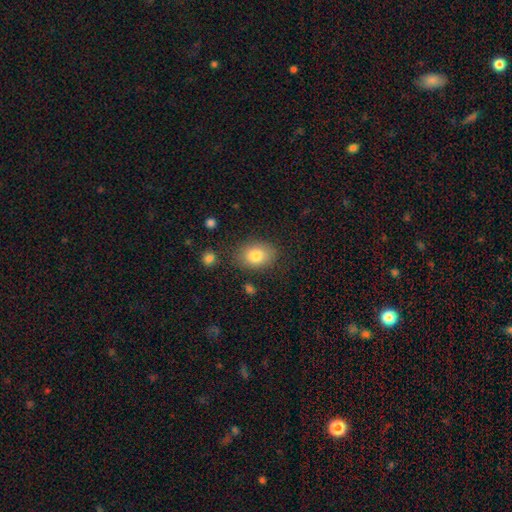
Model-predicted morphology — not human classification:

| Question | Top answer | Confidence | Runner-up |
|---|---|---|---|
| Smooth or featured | smooth | 80% | featured or disk (11%) |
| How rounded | in between | 72% | round (27%) |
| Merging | none | 79% | minor disturbance (14%) |